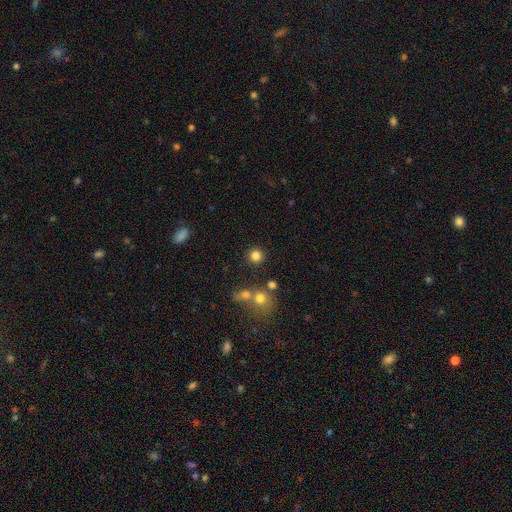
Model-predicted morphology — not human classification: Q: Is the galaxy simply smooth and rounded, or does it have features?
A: smooth — 81%.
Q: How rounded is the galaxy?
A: round — 92%.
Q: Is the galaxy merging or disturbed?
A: none — 84%.